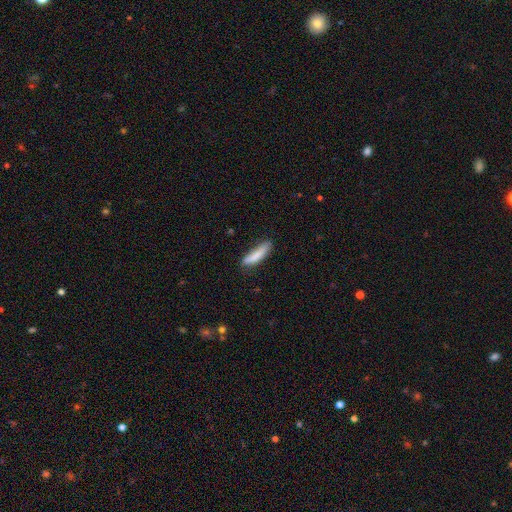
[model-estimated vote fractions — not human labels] Smooth or featured? Predicted: smooth (p=0.82). How rounded? Predicted: cigar-shaped (p=0.78). Merging? Predicted: none (p=0.70).